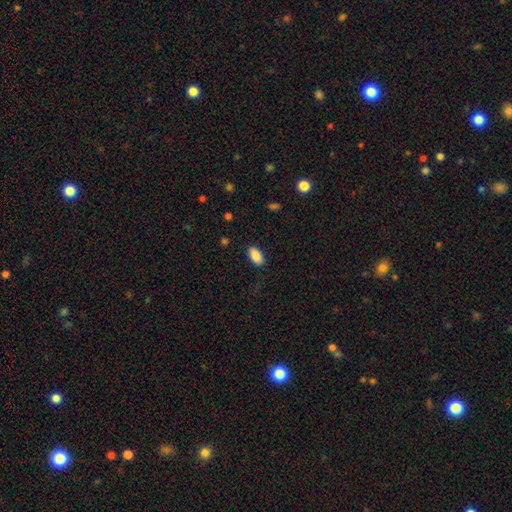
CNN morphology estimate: A smooth galaxy with no disk features (87%) that is in between round and cigar-shaped (94%). Merging: none (86%).